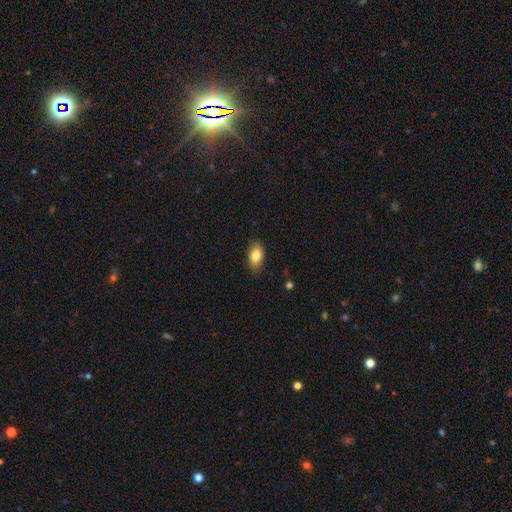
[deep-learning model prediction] smooth 84%, featured or disk 9%, star or artifact 7%. Down the decision tree: how rounded — in between (89%); merging — none (80%).